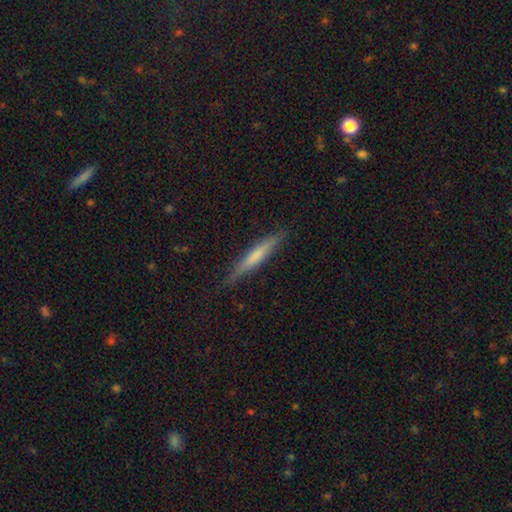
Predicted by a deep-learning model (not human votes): Q: Smooth or featured?
A: smooth (55%); runner-up: featured or disk (39%)
Q: How rounded?
A: cigar-shaped (93%); runner-up: in between (5%)
Q: Merging?
A: none (85%); runner-up: minor disturbance (12%)